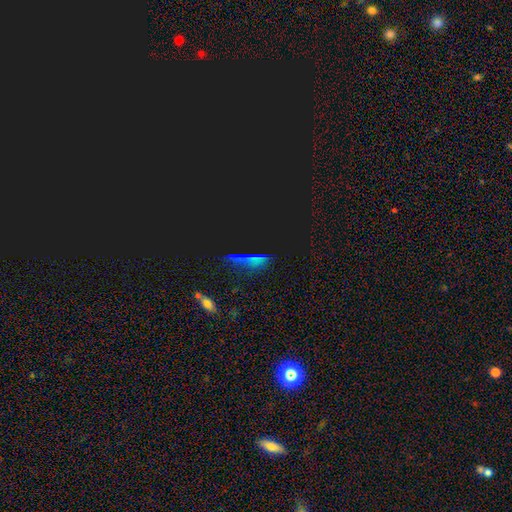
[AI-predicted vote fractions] Q: Smooth or featured?
A: star or artifact (63%); runner-up: smooth (27%)